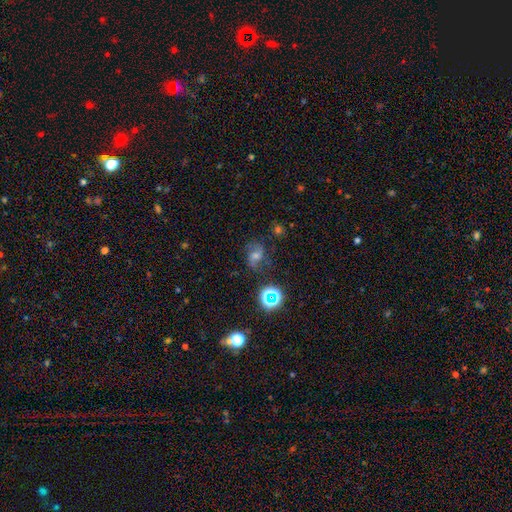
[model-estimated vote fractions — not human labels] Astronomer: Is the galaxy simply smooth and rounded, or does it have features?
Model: featured or disk — 51% (runner-up: star or artifact, 26%).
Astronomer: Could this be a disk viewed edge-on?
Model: no — 96%.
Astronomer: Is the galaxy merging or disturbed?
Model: none — 69%.